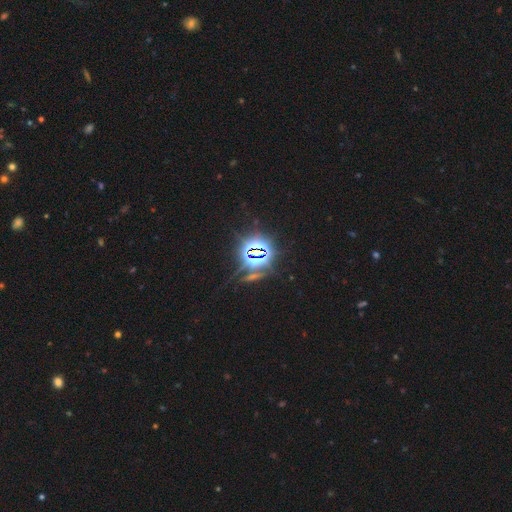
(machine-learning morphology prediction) The model was most divided on "smooth or featured": star or artifact: 82%, smooth: 10%, featured or disk: 9%.